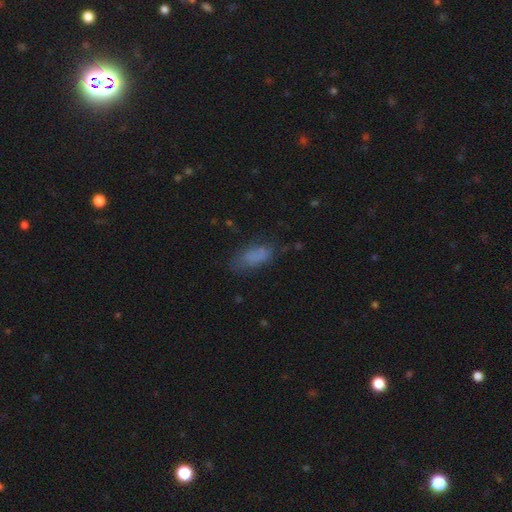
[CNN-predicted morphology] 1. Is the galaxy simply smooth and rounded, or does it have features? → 76% smooth, 12% featured or disk, 12% star or artifact.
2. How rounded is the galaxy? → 85% in between, 12% cigar-shaped, 3% round.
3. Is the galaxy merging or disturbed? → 57% none, 26% minor disturbance, 14% major disturbance, 3% merger.